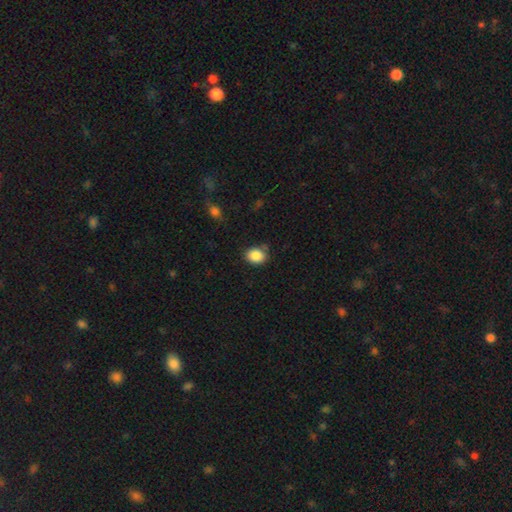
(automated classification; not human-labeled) This is clearly a smooth galaxy (87%). How rounded: possibly in between (51%). Merging: likely none (74%).